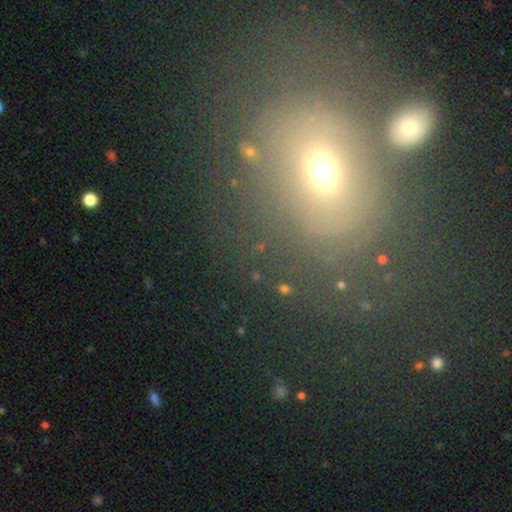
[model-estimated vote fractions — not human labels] smooth_or_featured: smooth (p=0.44) [alt: featured or disk p=0.30]
merging: none (p=0.66) [alt: minor disturbance p=0.14]